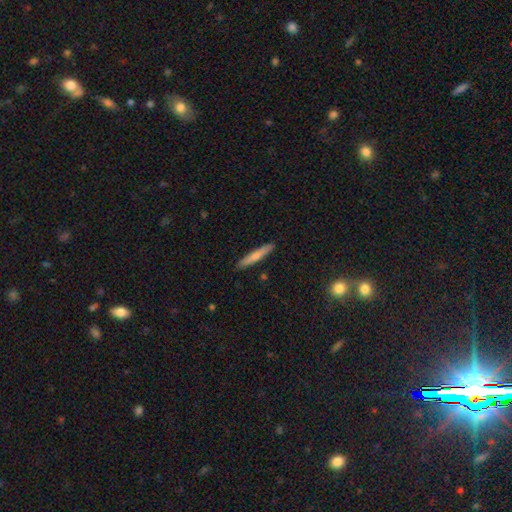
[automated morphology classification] A smooth galaxy with no disk features (65%) that is cigar-shaped (94%). Merging: none (91%).